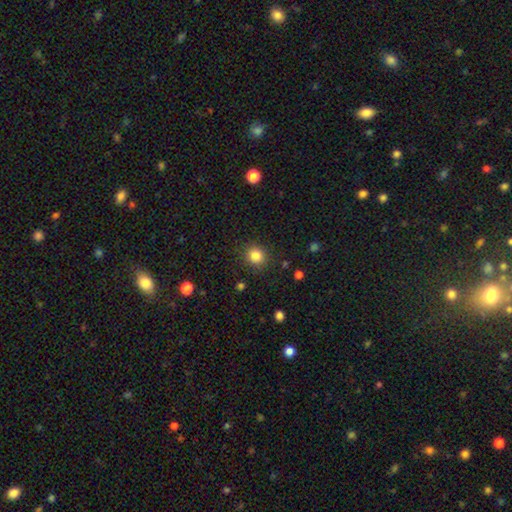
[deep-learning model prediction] Smooth or featured? Predicted: smooth (p=0.85). How rounded? Predicted: round (p=0.82). Merging? Predicted: none (p=0.88).